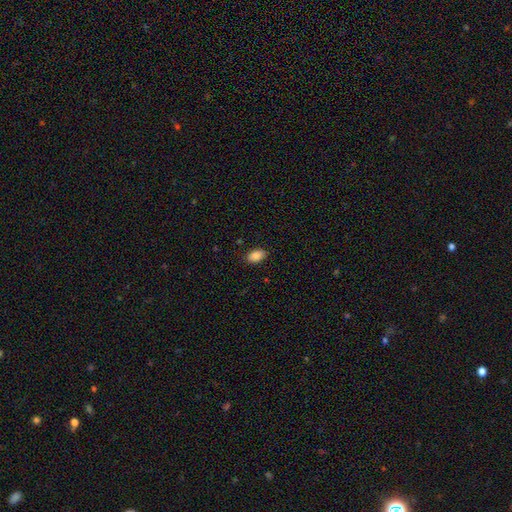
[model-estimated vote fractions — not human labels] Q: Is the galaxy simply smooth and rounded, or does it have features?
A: smooth — 88%.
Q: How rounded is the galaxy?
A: in between — 92%.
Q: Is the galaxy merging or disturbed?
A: none — 85%.